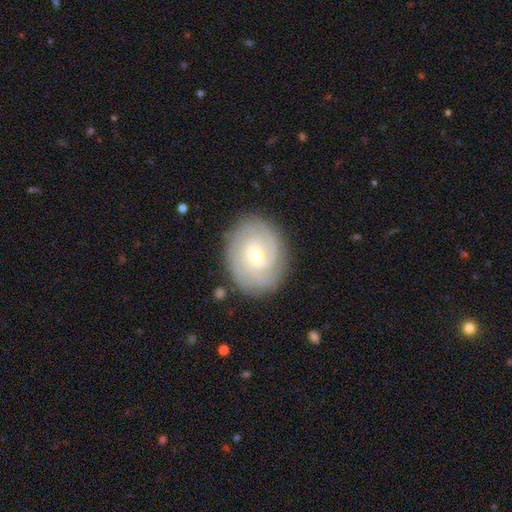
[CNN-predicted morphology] Smooth or featured: featured or disk — 81% (smooth — 13%)
Edge-on disk: no — 97% (yes — 3%)
Bar: weak — 56% (no — 29%)
Spiral arms: yes — 94% (no — 6%)
Spiral winding: tight — 75% (medium — 20%)
Spiral arm count: can't tell — 34% (2 — 23%)
Bulge size: small — 57% (moderate — 40%)
Merging: none — 84% (minor disturbance — 12%)